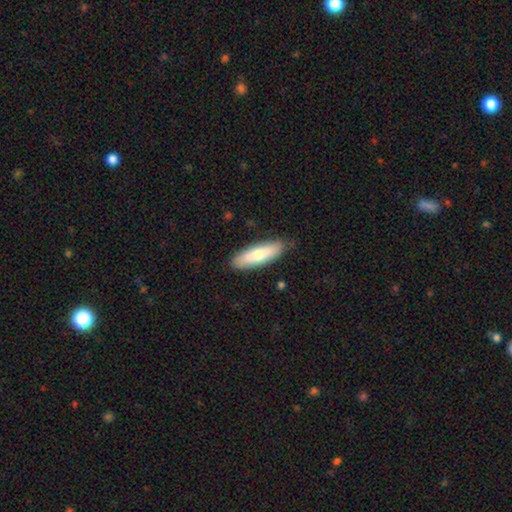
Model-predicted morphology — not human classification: A smooth galaxy with no disk features (73%) that is cigar-shaped (59%).

Vote fractions:
- Smooth or featured? smooth: 73% / featured or disk: 22% / star or artifact: 6%
- How rounded? cigar-shaped: 59% / in between: 39% / round: 2%
- Merging? none: 86% / minor disturbance: 11% / major disturbance: 2% / merger: 1%